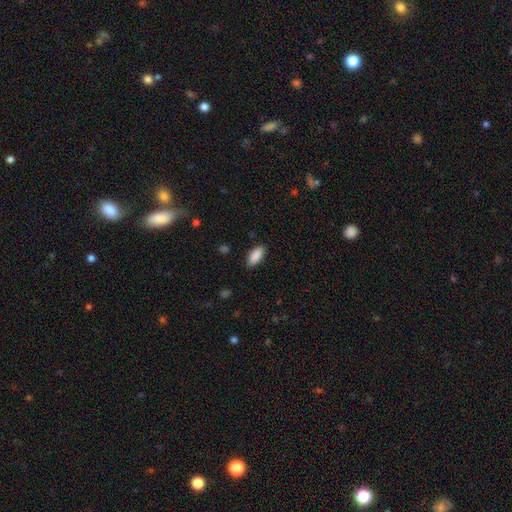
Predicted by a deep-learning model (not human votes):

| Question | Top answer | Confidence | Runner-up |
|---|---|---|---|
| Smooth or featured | smooth | 90% | star or artifact (7%) |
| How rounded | in between | 87% | cigar-shaped (11%) |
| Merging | none | 87% | minor disturbance (10%) |